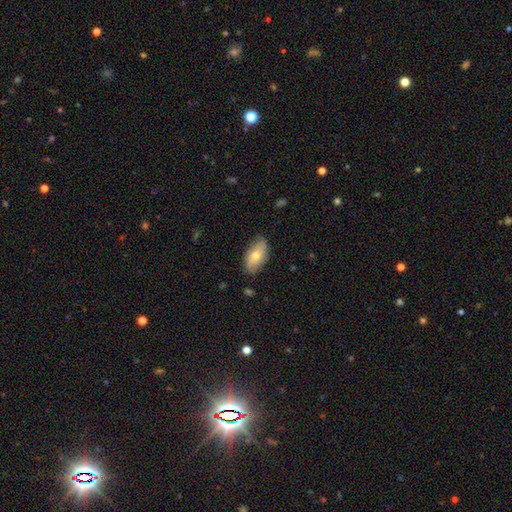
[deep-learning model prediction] A smooth galaxy with no disk features (57%) that is in between round and cigar-shaped (91%). Merging: none (76%).